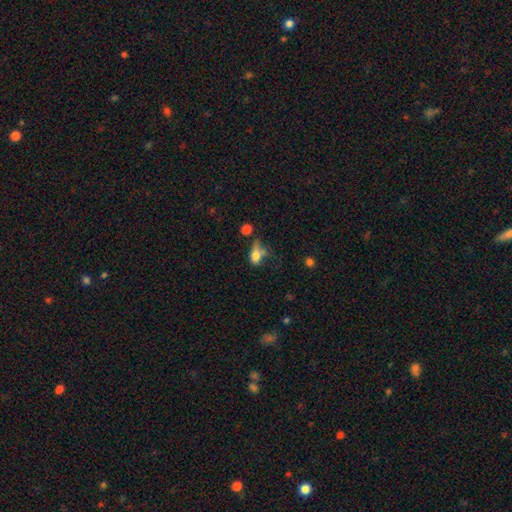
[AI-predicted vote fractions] Q: Smooth or featured?
A: smooth (70%); runner-up: featured or disk (19%)
Q: How rounded?
A: in between (77%); runner-up: cigar-shaped (12%)
Q: Merging?
A: none (31%); runner-up: minor disturbance (26%)